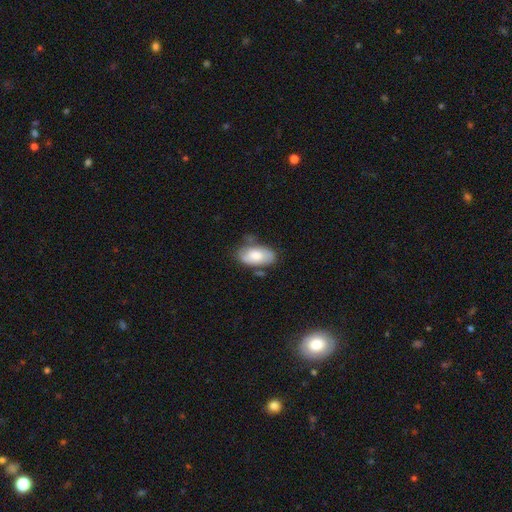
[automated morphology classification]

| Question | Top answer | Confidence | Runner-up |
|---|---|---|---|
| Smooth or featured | smooth | 66% | featured or disk (27%) |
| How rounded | in between | 94% | round (4%) |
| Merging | none | 54% | minor disturbance (30%) |